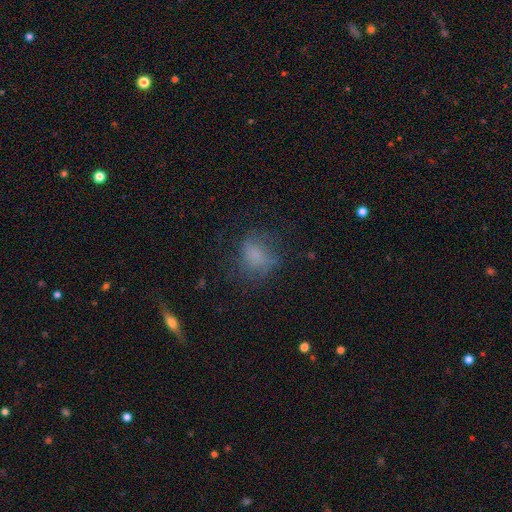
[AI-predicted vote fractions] A smooth galaxy with no disk features (67%) that is round (49%, tied with in between).

Vote fractions:
- Smooth or featured? smooth: 67% / featured or disk: 17% / star or artifact: 16%
- How rounded? round: 49% (tied) / in between: 49% (tied) / cigar-shaped: 2%
- Merging? none: 57% / minor disturbance: 22% / major disturbance: 19% / merger: 2%